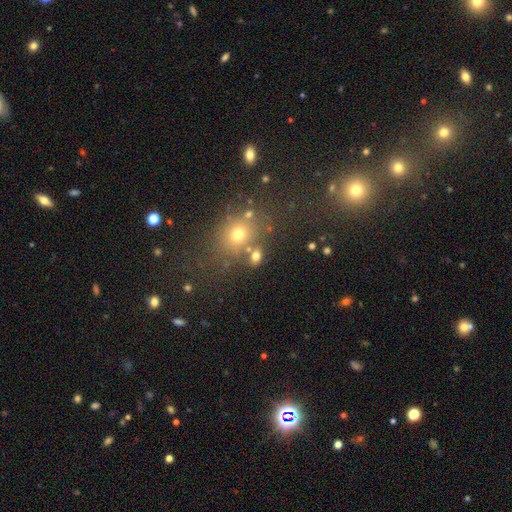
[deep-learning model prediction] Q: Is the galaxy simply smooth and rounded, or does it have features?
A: smooth — 69%.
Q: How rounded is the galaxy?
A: in between — 61%.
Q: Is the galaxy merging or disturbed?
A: none — 66%.